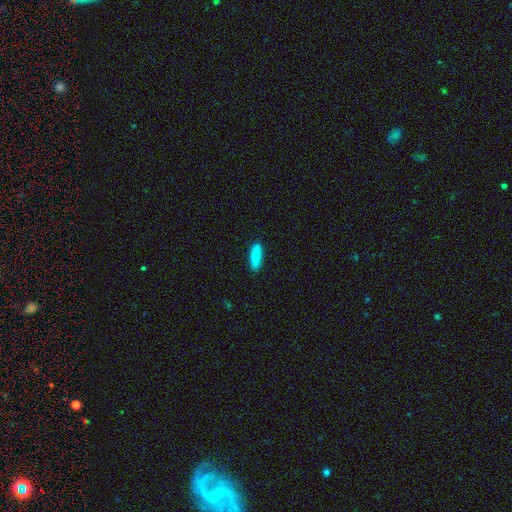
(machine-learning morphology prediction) The model was most divided on "how rounded": in between: 50%, cigar-shaped: 48%, round: 2%. More confident: merging — none (90%); smooth or featured — smooth (88%).